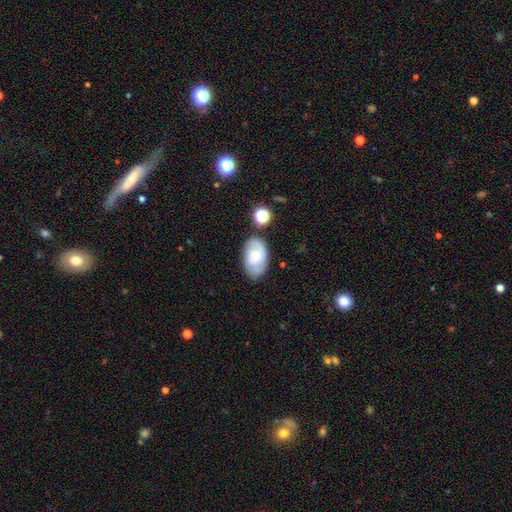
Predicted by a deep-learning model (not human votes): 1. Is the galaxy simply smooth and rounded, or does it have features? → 56% smooth, 36% featured or disk, 8% star or artifact.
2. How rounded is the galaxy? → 92% in between, 6% round, 1% cigar-shaped.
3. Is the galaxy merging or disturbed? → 71% none, 18% minor disturbance, 6% merger, 5% major disturbance.